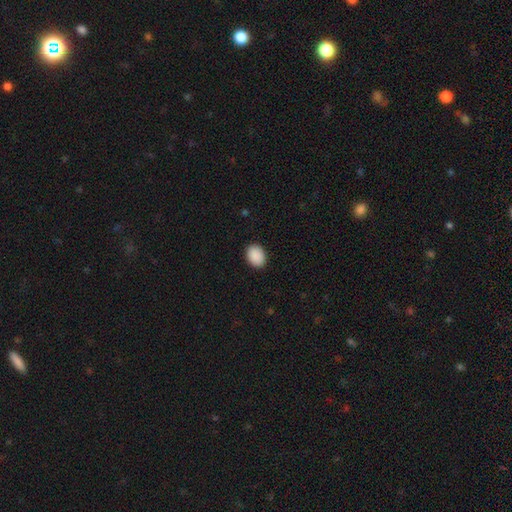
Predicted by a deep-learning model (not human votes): smooth_or_featured: smooth (p=0.91) [alt: star or artifact p=0.07]
how_rounded: in between (p=0.67) [alt: round p=0.32]
merging: none (p=0.91) [alt: minor disturbance p=0.07]